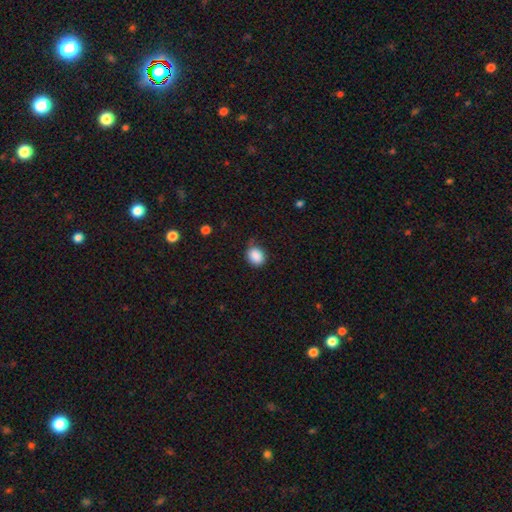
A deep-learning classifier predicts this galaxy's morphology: A smooth galaxy with no disk features (88%) that is round (59%). Merging: none (69%).